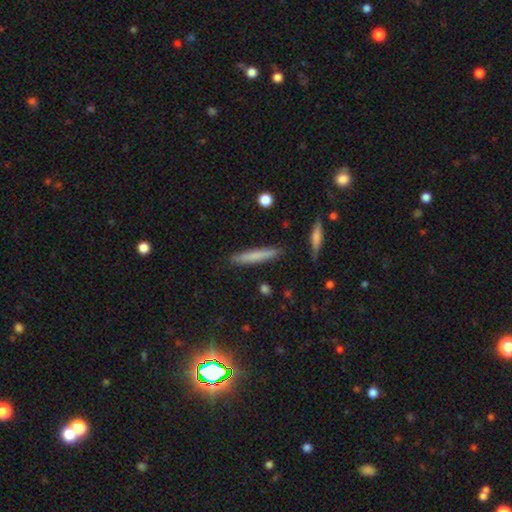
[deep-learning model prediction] Smooth or featured?
  - smooth: 71% *
  - featured or disk: 21%
  - star or artifact: 7%
How rounded?
  - cigar-shaped: 94% *
  - in between: 5%
  - round: 2%
Merging?
  - none: 88% *
  - minor disturbance: 8%
  - merger: 2%
  - major disturbance: 2%